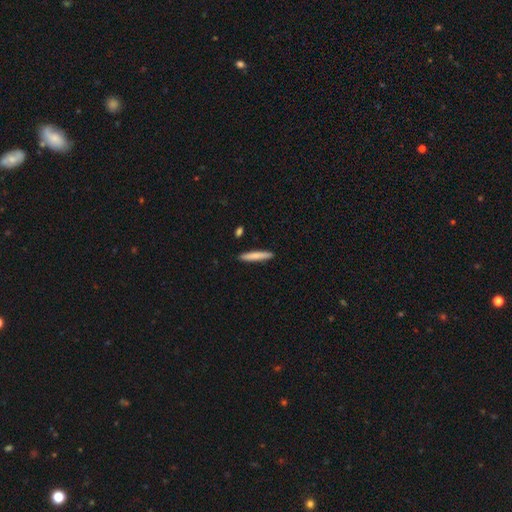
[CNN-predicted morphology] The model was most divided on "smooth or featured": smooth: 79%, featured or disk: 15%, star or artifact: 5%. More confident: how rounded — cigar-shaped (94%); merging — none (91%).